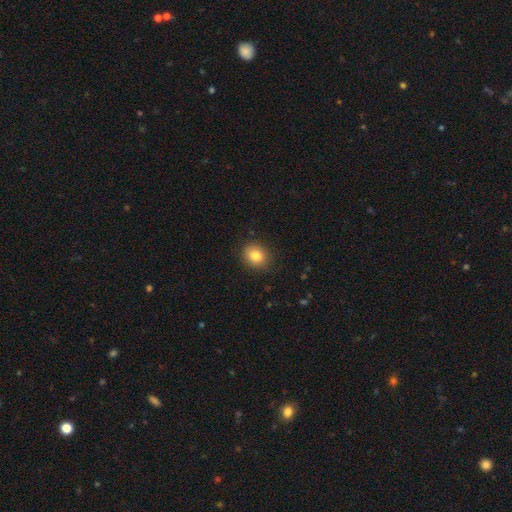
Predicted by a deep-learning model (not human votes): The model was most divided on "how rounded": round: 71%, in between: 29%, cigar-shaped: 1%. More confident: merging — none (88%); smooth or featured — smooth (83%).